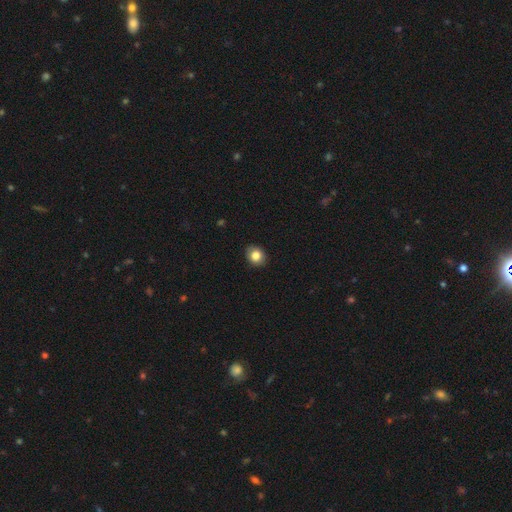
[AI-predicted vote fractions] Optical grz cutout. It shows a smooth galaxy with no disk features (84%) that is round (67%). Merging: none (88%).